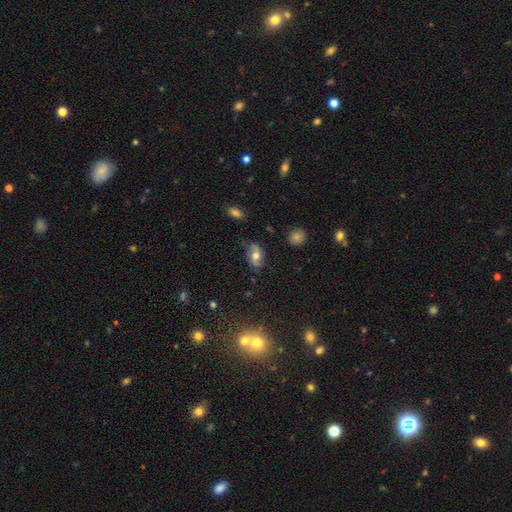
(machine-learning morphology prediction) type=featured or disk (60%); edge-on=no (94%); bar=no (60%); spiral arms=yes (86%); bulge=moderate (72%); merging=none (67%).